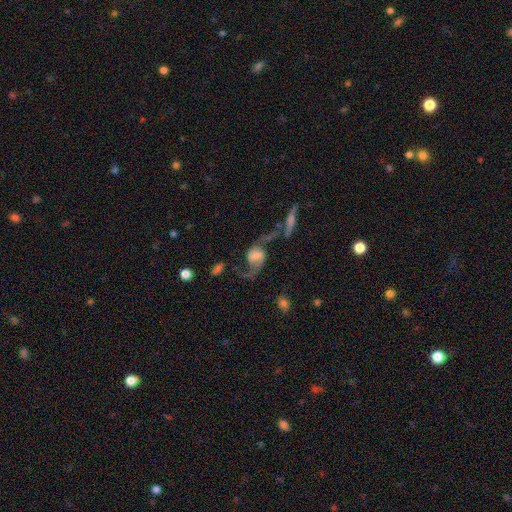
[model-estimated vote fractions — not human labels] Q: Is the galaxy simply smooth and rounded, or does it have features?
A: featured or disk — 76%.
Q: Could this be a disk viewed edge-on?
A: no — 96%.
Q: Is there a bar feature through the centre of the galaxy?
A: no — 48%.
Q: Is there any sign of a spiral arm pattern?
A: yes — 90%.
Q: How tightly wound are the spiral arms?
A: loose — 72%.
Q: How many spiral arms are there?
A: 2 — 81%.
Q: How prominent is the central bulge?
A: moderate — 32%.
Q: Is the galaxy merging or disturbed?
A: none — 34%.